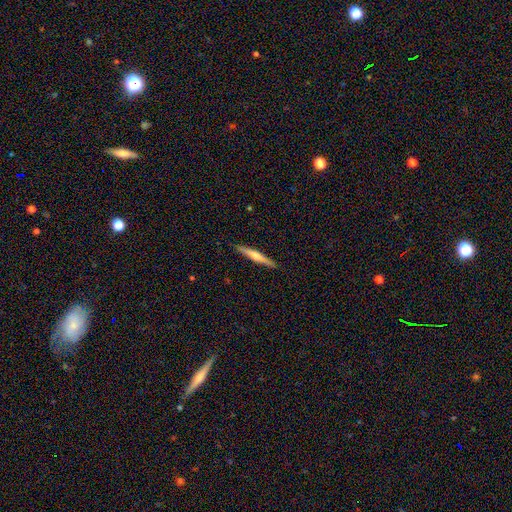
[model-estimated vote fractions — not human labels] This appears to be a featured or disk galaxy (51%) viewed edge-on (97%). Merging: none (90%).